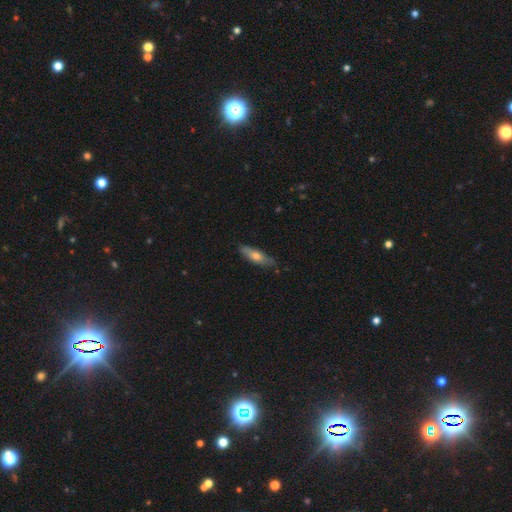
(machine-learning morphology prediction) The model was most divided on "smooth or featured": smooth: 56%, featured or disk: 38%, star or artifact: 6%. More confident: merging — none (76%); how rounded — cigar-shaped (64%).